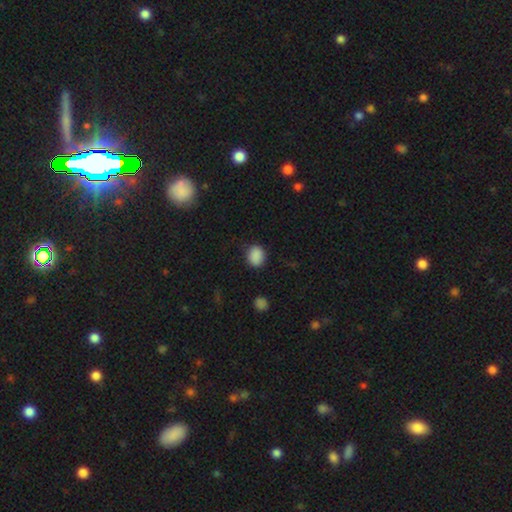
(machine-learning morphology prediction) smooth_or_featured: smooth (p=0.88) [alt: star or artifact p=0.09]
how_rounded: round (p=0.58) [alt: in between p=0.41]
merging: none (p=0.84) [alt: minor disturbance p=0.11]